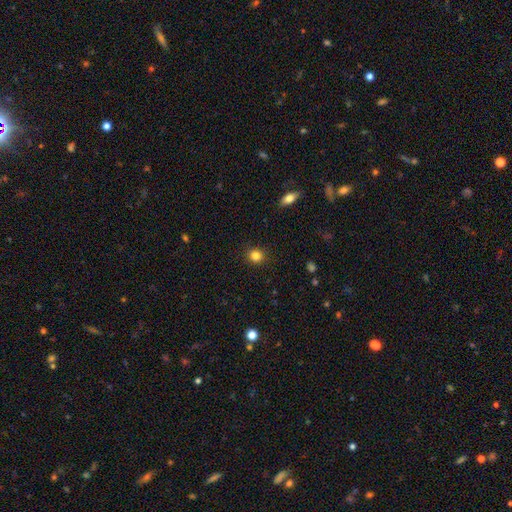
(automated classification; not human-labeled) A smooth galaxy with no disk features (84%) that is round (88%). Merging: none (91%).